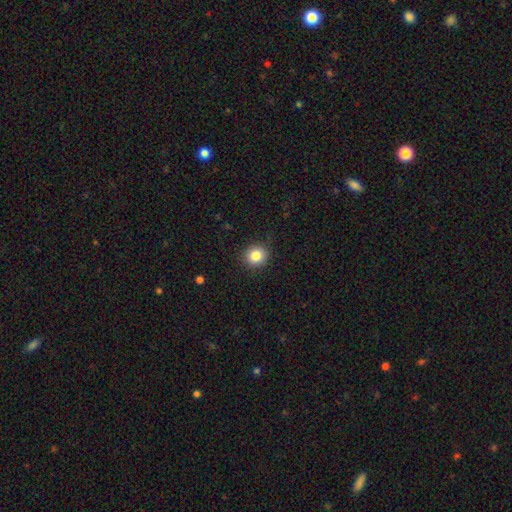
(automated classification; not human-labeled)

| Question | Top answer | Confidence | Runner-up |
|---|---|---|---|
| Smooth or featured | smooth | 84% | star or artifact (10%) |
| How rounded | round | 87% | in between (12%) |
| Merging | none | 90% | minor disturbance (7%) |